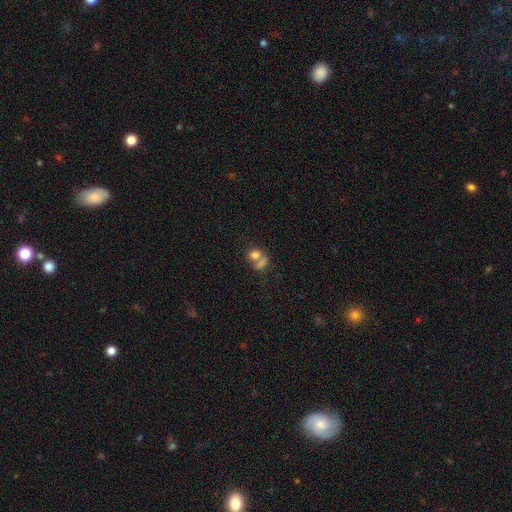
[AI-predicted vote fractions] Smooth or featured?
  - smooth: 75% *
  - featured or disk: 13%
  - star or artifact: 12%
How rounded?
  - round: 53% *
  - in between: 45%
  - cigar-shaped: 2%
Merging?
  - merger: 58% *
  - none: 29%
  - minor disturbance: 8%
  - major disturbance: 6%